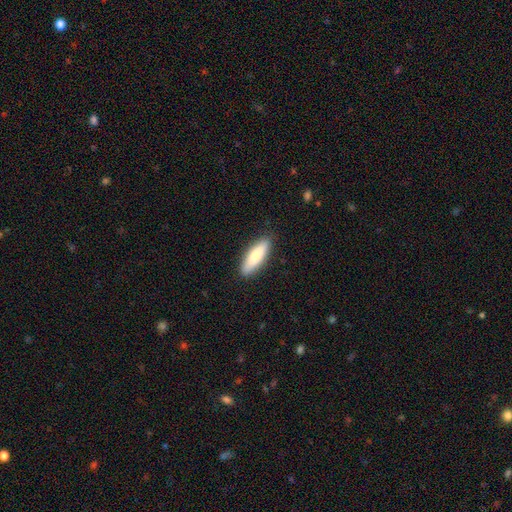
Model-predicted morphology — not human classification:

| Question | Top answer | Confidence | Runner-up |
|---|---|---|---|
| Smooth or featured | smooth | 80% | featured or disk (15%) |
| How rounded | cigar-shaped | 53% | in between (46%) |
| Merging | none | 88% | minor disturbance (9%) |